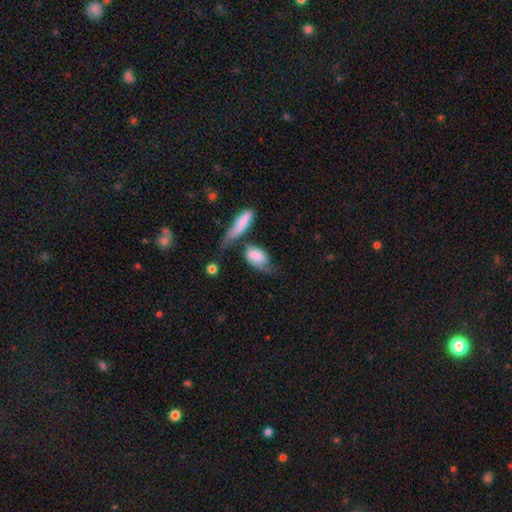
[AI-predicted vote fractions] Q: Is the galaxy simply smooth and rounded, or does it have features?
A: smooth — 71%.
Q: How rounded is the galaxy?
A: in between — 85%.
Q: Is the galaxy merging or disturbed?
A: merger — 28%, tied with none.